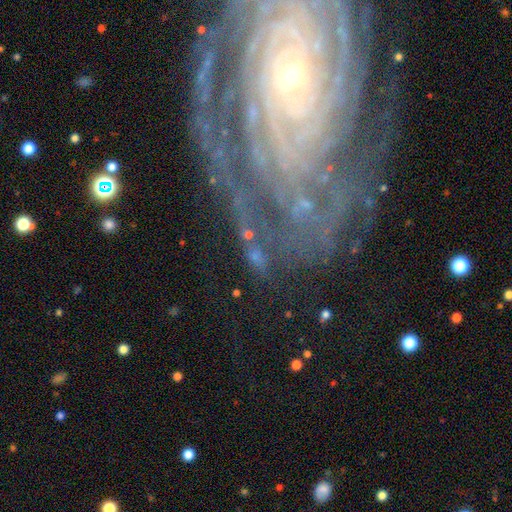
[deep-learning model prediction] smooth_or_featured: featured or disk (p=0.58) [alt: star or artifact p=0.23]
disk_edge_on: no (p=0.90) [alt: yes p=0.10]
bar: no (p=0.52) [alt: weak p=0.27]
has_spiral_arms: yes (p=0.76) [alt: no p=0.24]
bulge_size: small (p=0.52) [alt: moderate p=0.28]
merging: none (p=0.63) [alt: minor disturbance p=0.18]